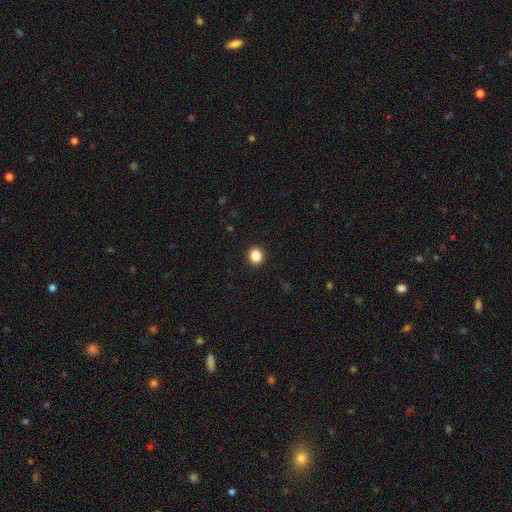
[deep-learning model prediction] Smooth or featured? smooth (86%)
How rounded? round (82%)
Merging? none (92%)